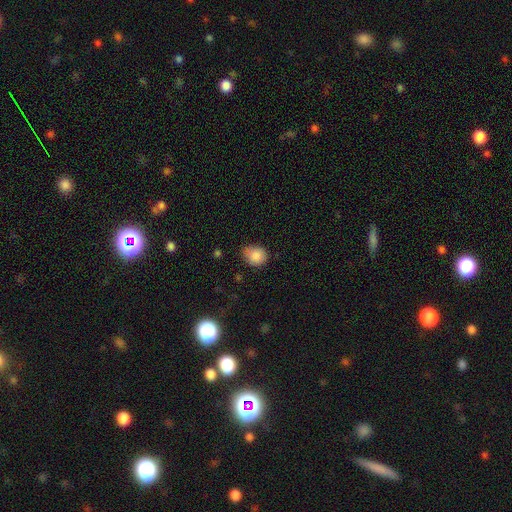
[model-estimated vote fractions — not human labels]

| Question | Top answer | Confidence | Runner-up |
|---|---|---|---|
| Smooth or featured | smooth | 86% | star or artifact (9%) |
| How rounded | round | 66% | in between (33%) |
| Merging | none | 63% | minor disturbance (30%) |